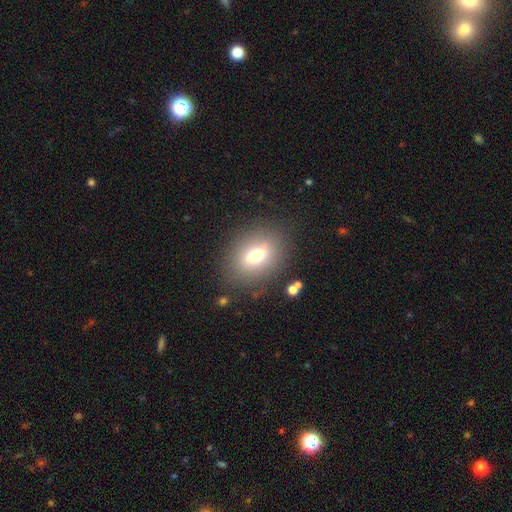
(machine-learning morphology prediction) A smooth galaxy with no disk features (69%) that is in between round and cigar-shaped (66%). Merging: none (81%).